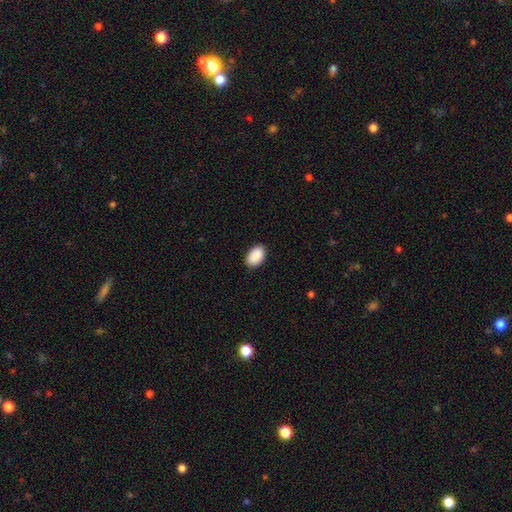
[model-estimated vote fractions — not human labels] Overall: smooth (91%). How rounded: in between (92%). Merging: none (88%).